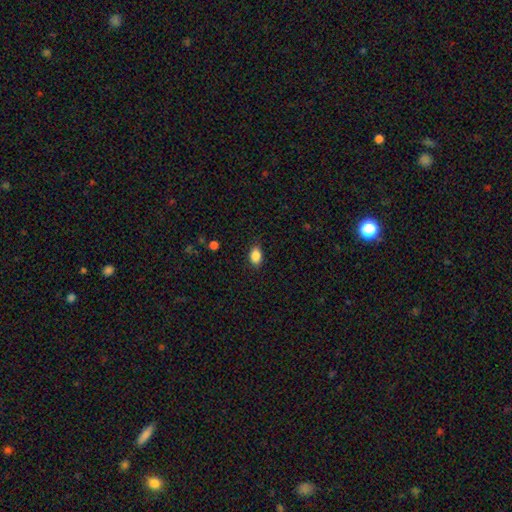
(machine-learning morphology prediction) A smooth galaxy with no disk features (87%) that is in between round and cigar-shaped (85%).

Vote fractions:
- Smooth or featured? smooth: 87% / star or artifact: 8% / featured or disk: 4%
- How rounded? in between: 85% / round: 14% / cigar-shaped: 2%
- Merging? none: 85% / minor disturbance: 11% / major disturbance: 3% / merger: 1%